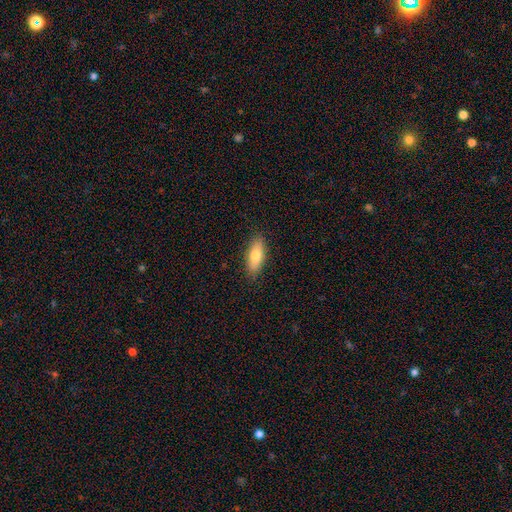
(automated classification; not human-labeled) Smooth or featured? smooth (76%)
How rounded? in between (72%)
Merging? none (88%)